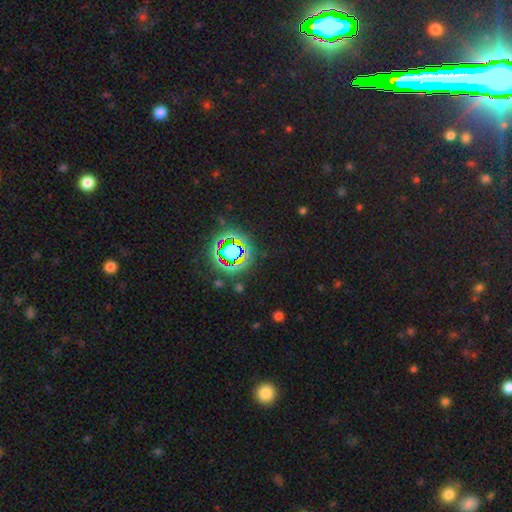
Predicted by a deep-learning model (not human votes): smooth_or_featured: star or artifact (p=0.80) [alt: smooth p=0.12]